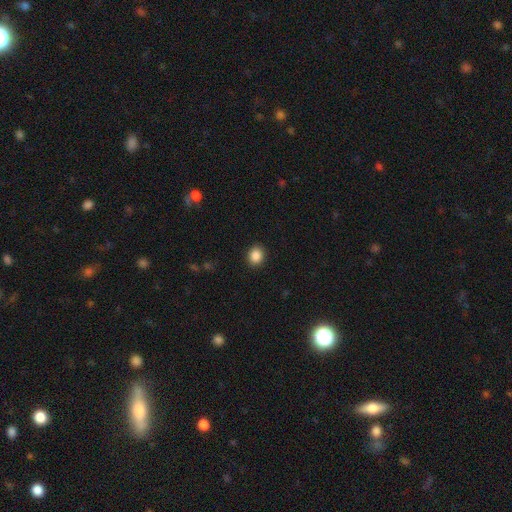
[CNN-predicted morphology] The model was most divided on "how rounded": round: 69%, in between: 30%, cigar-shaped: 1%. More confident: merging — none (91%); smooth or featured — smooth (87%).